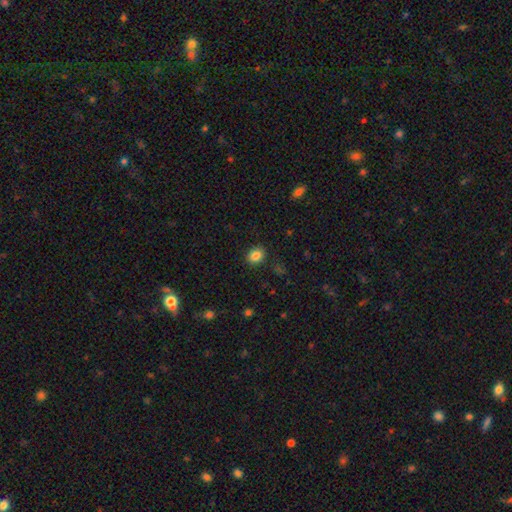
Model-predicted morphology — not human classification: Smooth or featured? smooth (85%)
How rounded? in between (50%)
Merging? none (89%)